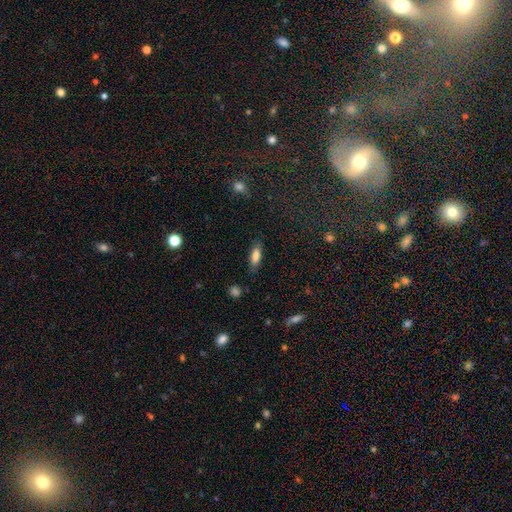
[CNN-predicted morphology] Overall: smooth (79%). How rounded: in between (62%; cigar-shaped 36%). Merging: none (80%).